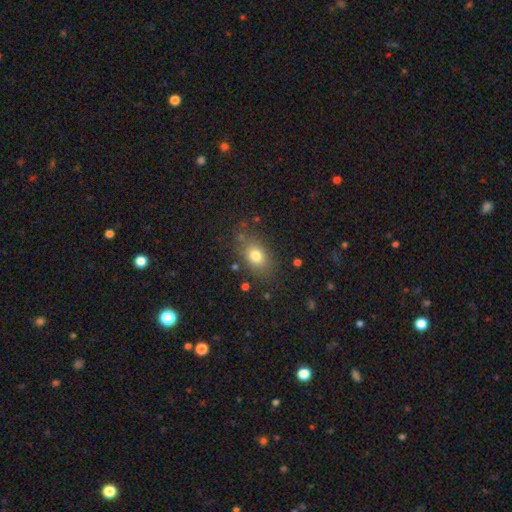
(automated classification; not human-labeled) smooth 78%, featured or disk 11%, star or artifact 11%. Down the decision tree: how rounded — in between (75%); merging — none (78%).